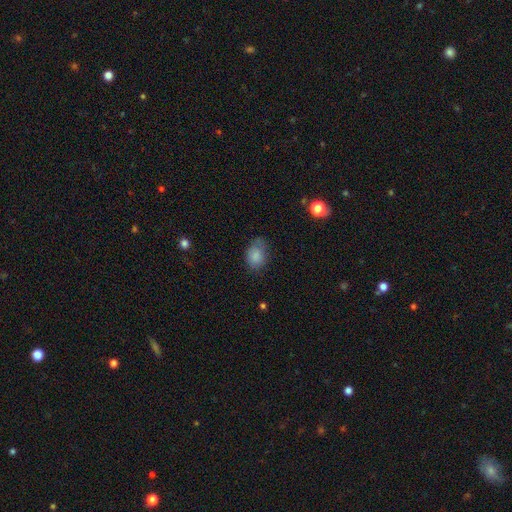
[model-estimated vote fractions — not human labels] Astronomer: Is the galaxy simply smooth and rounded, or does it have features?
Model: smooth — 83%.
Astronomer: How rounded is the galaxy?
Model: in between — 74%.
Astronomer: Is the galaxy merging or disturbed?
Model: none — 60%.